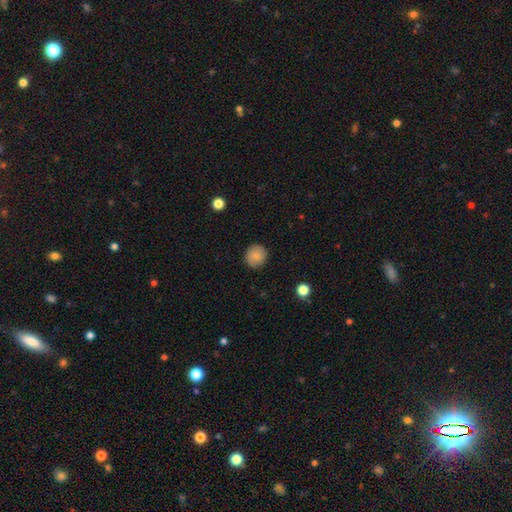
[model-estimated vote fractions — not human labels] Morphology: type=smooth (83%); roundness=round (90%); merging=none (87%).